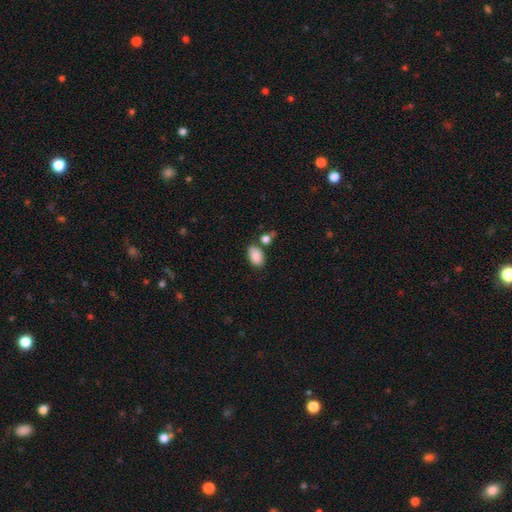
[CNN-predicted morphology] Smooth or featured: smooth — 88% (star or artifact — 8%)
How rounded: in between — 91% (round — 8%)
Merging: none — 71% (minor disturbance — 14%)